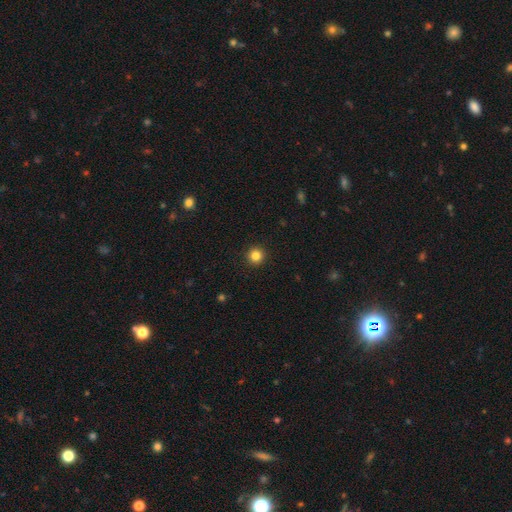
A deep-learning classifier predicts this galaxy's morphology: smooth-or-featured: smooth: 84% | star or artifact: 12% | featured or disk: 4%
  how-rounded: round: 96% | in between: 3% | cigar-shaped: 1%
  merging: none: 93% | minor disturbance: 4% | major disturbance: 2% | merger: 1%